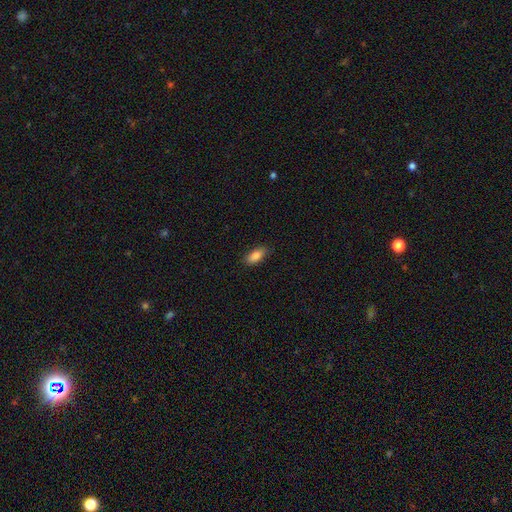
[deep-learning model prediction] smooth 85%, featured or disk 8%, star or artifact 7%. Down the decision tree: how rounded — in between (87%); merging — none (87%).